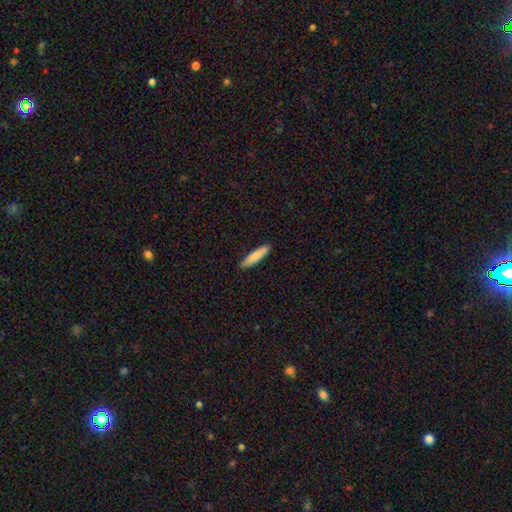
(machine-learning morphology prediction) Smooth or featured? Predicted: smooth (p=0.83). How rounded? Predicted: cigar-shaped (p=0.83). Merging? Predicted: none (p=0.89).